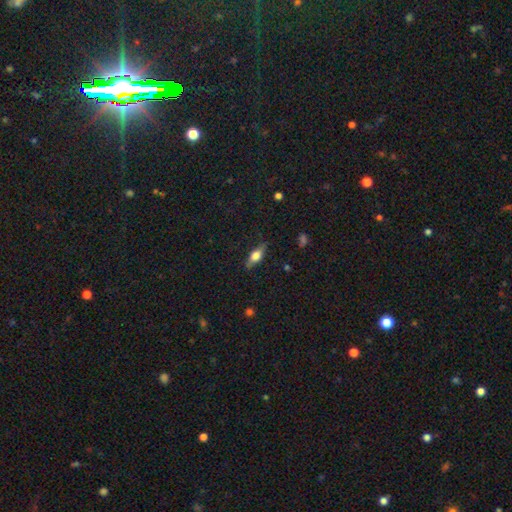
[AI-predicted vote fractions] Smooth or featured? Predicted: smooth (p=0.58). How rounded? Predicted: in between (p=0.69). Merging? Predicted: none (p=0.81).